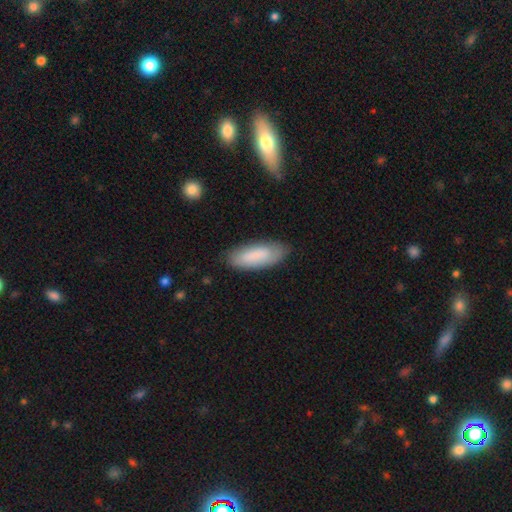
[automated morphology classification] Smooth or featured: smooth — 83% (featured or disk — 12%)
How rounded: in between — 72% (cigar-shaped — 27%)
Merging: none — 78% (minor disturbance — 17%)